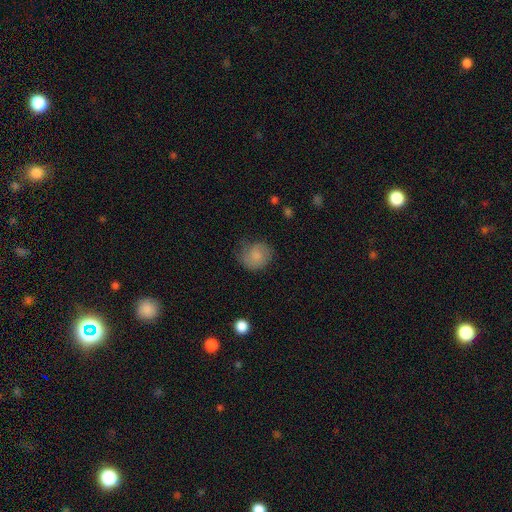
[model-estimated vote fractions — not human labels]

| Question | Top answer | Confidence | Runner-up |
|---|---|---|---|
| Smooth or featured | smooth | 74% | featured or disk (18%) |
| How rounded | round | 74% | in between (25%) |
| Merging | none | 58% | minor disturbance (29%) |